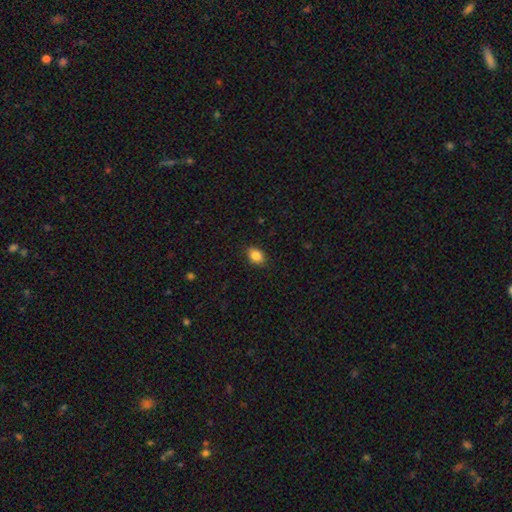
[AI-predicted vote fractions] Smooth or featured? smooth (85%)
How rounded? in between (71%)
Merging? none (87%)